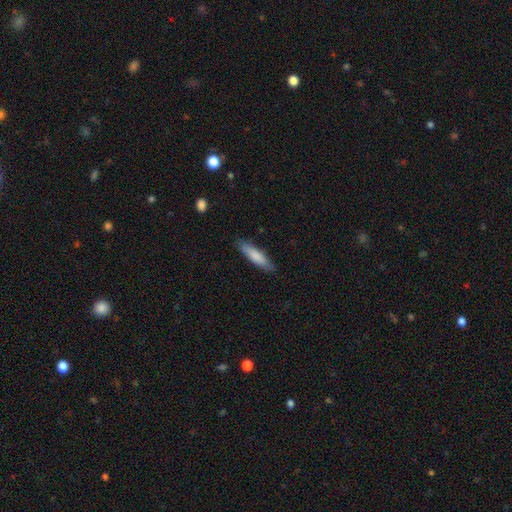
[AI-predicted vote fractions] smooth_or_featured: smooth (p=0.79) [alt: featured or disk p=0.15]
how_rounded: cigar-shaped (p=0.74) [alt: in between p=0.24]
merging: none (p=0.84) [alt: minor disturbance p=0.13]